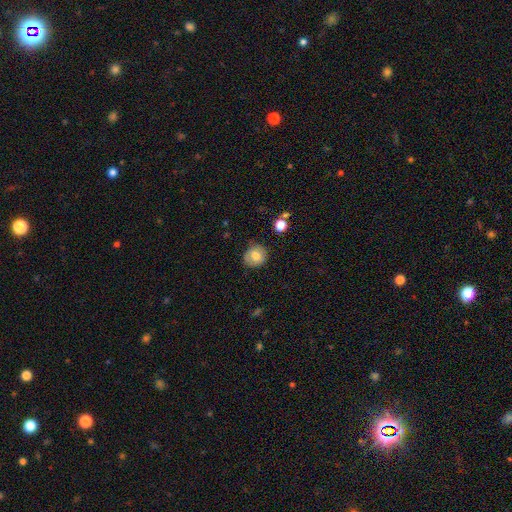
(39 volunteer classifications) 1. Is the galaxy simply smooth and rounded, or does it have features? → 64% smooth, 28% featured or disk, 8% star or artifact.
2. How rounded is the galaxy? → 80% round, 20% in between, 0% cigar-shaped.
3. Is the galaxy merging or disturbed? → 86% none, 14% minor disturbance, 0% major disturbance, 0% merger.